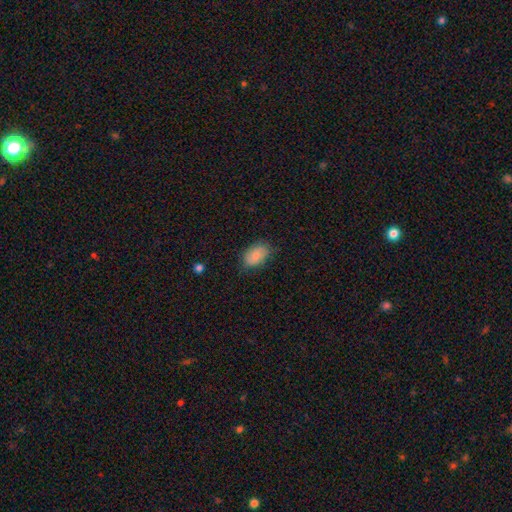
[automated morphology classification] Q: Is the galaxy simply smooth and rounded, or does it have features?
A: smooth — 84%.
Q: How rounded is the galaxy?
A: in between — 92%.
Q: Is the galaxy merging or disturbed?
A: none — 77%.